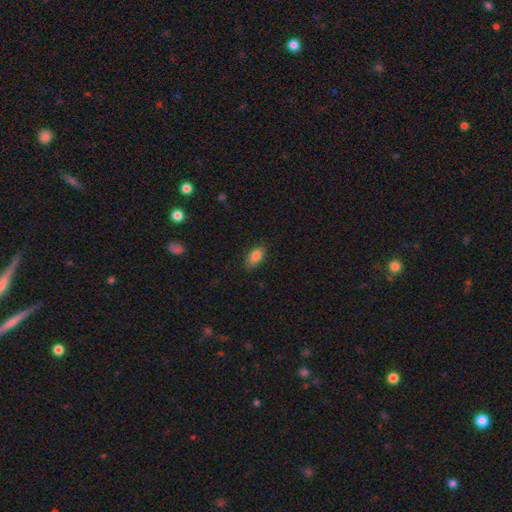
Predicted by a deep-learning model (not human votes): Q: Smooth or featured?
A: smooth (85%); runner-up: star or artifact (8%)
Q: How rounded?
A: in between (89%); runner-up: cigar-shaped (6%)
Q: Merging?
A: none (81%); runner-up: minor disturbance (14%)